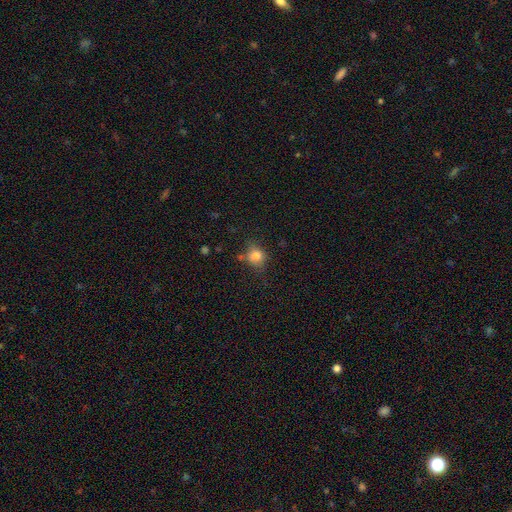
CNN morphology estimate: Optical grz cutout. It shows a smooth galaxy with no disk features (78%) that is round (68%). Merging: none (66%).